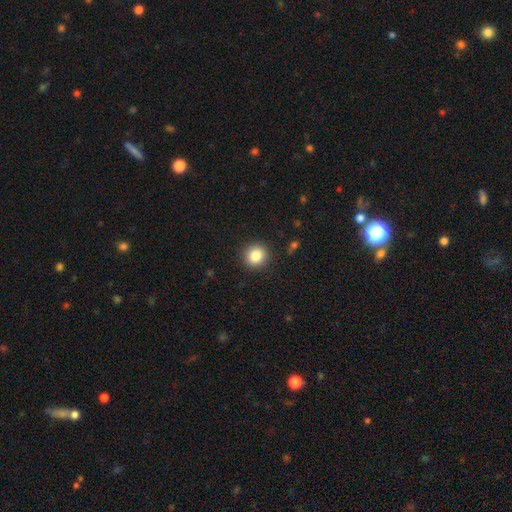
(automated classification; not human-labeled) smooth 84%, star or artifact 10%, featured or disk 6%. Down the decision tree: how rounded — round (92%); merging — none (91%).